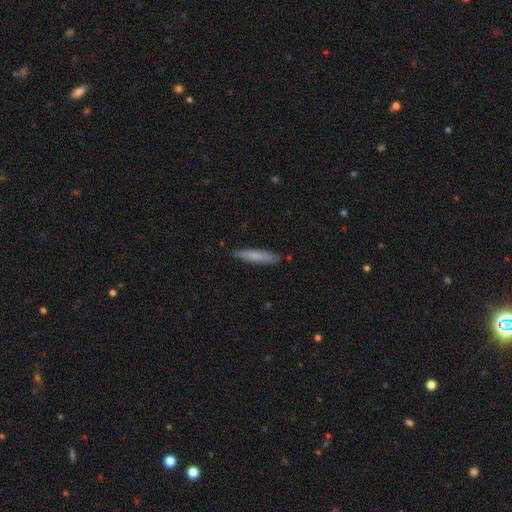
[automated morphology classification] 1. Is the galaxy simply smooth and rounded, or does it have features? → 73% smooth, 21% featured or disk, 6% star or artifact.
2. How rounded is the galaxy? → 88% cigar-shaped, 11% in between, 1% round.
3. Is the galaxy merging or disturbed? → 87% none, 10% minor disturbance, 2% major disturbance, 1% merger.